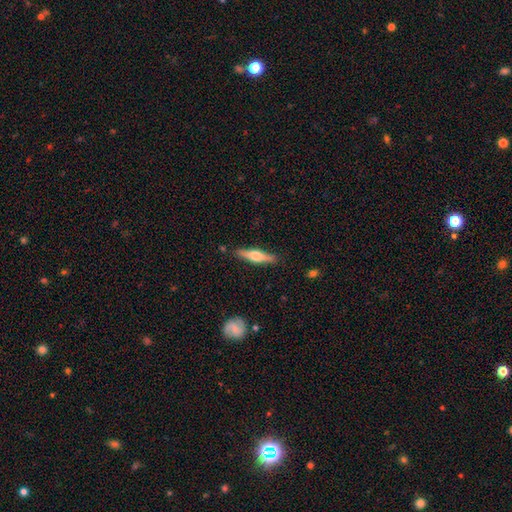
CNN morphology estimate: Overall: featured or disk (58%; smooth 36%). Edge-on disk: yes (96%). Edge-on bulge: rounded (90%). Merging: none (87%).